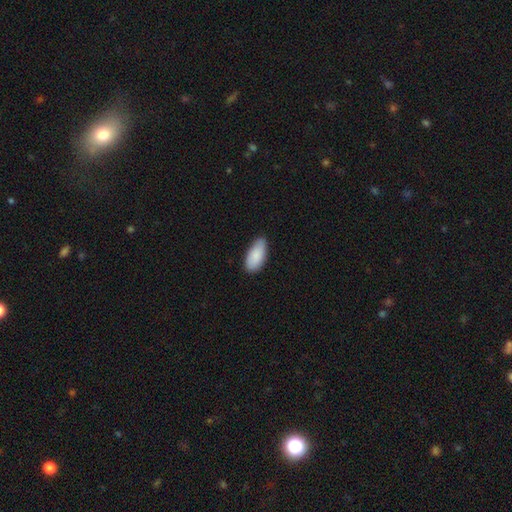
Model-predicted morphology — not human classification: A smooth galaxy with no disk features (88%) that is in between round and cigar-shaped (92%). Merging: none (76%).